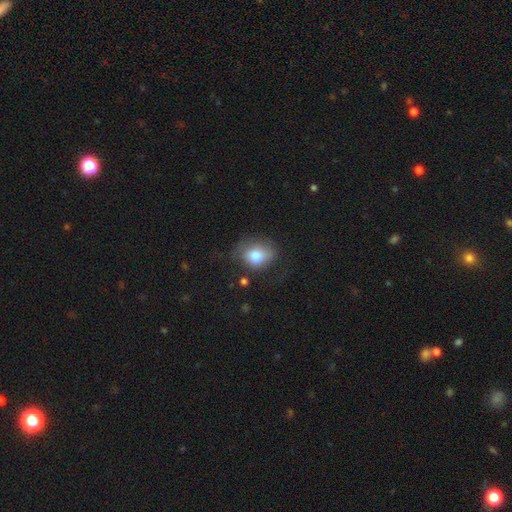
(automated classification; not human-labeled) Smooth or featured: smooth — 77% (featured or disk — 15%)
How rounded: in between — 52% (round — 47%)
Merging: none — 52% (minor disturbance — 29%)